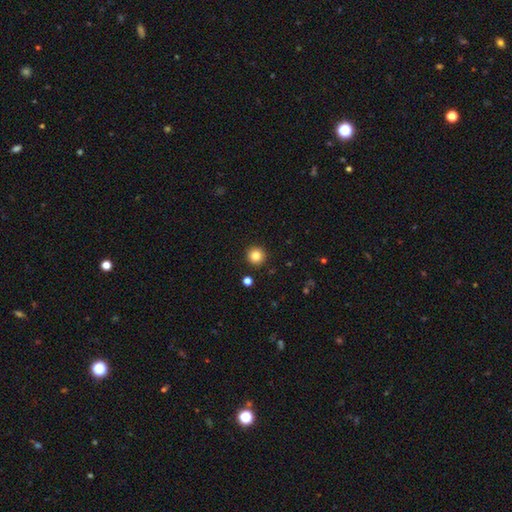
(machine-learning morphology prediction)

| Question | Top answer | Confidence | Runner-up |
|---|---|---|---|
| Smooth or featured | smooth | 84% | star or artifact (11%) |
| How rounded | round | 96% | in between (3%) |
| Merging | none | 92% | minor disturbance (5%) |